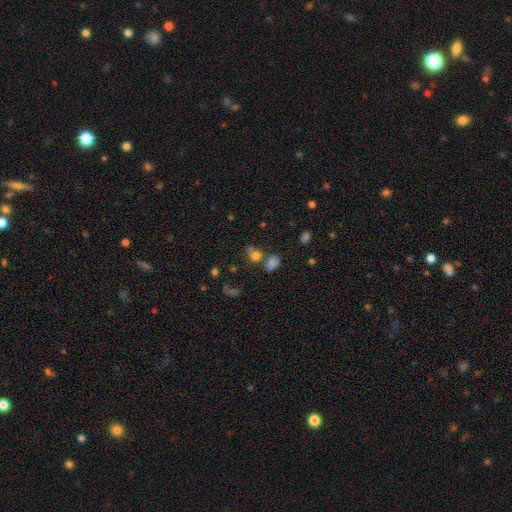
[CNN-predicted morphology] type=smooth (72%); roundness=round (55%); merging=none (46%).